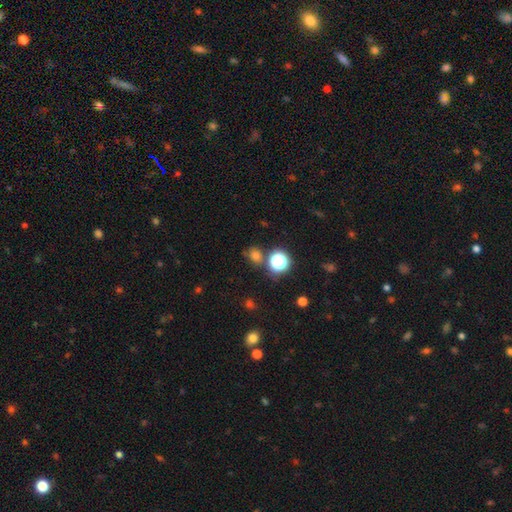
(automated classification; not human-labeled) This is likely a smooth galaxy (63%). How rounded: likely round (78%). Merging: likely none (76%).